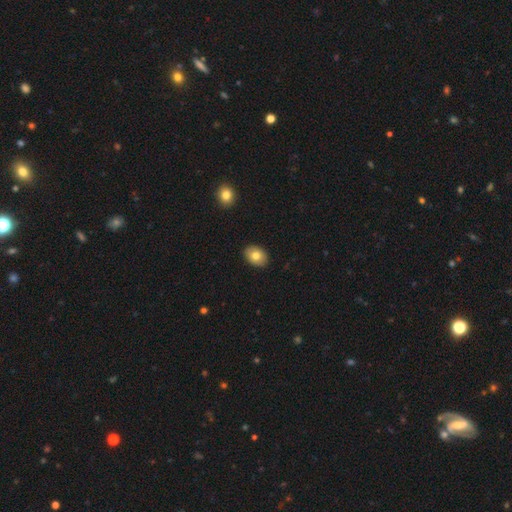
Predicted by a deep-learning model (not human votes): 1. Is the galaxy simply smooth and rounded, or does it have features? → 78% smooth, 14% featured or disk, 8% star or artifact.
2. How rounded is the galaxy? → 78% in between, 21% round, 1% cigar-shaped.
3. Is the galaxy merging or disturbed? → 90% none, 8% minor disturbance, 2% major disturbance, 1% merger.